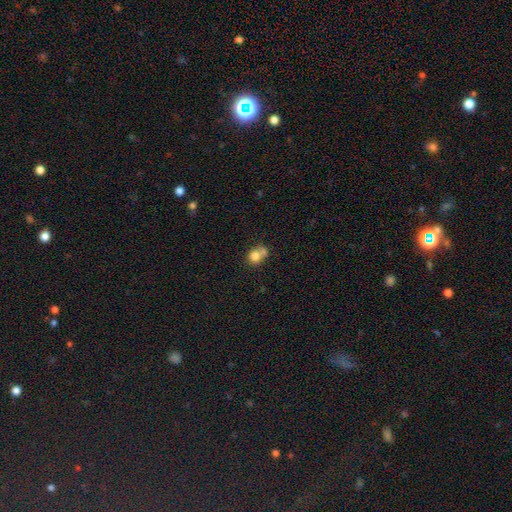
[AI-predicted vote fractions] smooth 78%, featured or disk 12%, star or artifact 10%. Down the decision tree: how rounded — round (75%); merging — merger (46%).